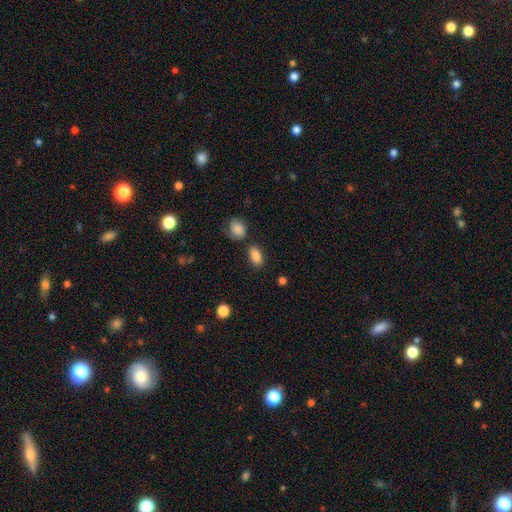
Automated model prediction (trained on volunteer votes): This is clearly a smooth galaxy (86%). How rounded: clearly in between (89%). Merging: likely none (79%).